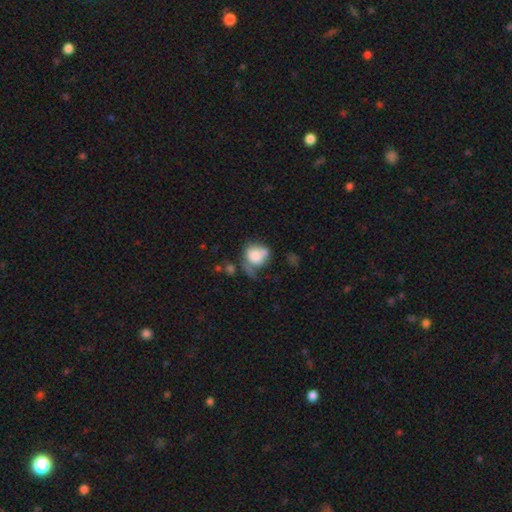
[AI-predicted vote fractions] Smooth or featured? Predicted: smooth (p=0.72). How rounded? Predicted: round (p=0.63). Merging? Predicted: major disturbance (p=0.30).